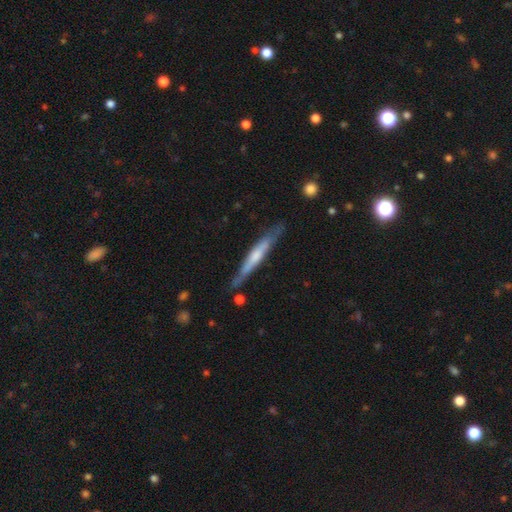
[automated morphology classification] Smooth or featured: featured or disk — 56% (smooth — 38%)
Edge-on disk: yes — 92% (no — 8%)
Edge-on bulge: rounded — 43% (none — 40%)
Merging: none — 78% (minor disturbance — 17%)